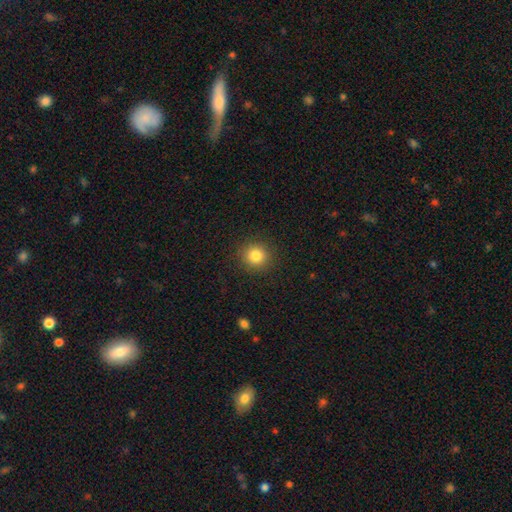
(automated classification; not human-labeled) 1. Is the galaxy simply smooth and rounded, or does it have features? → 83% smooth, 11% star or artifact, 6% featured or disk.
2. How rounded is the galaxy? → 91% round, 8% in between, 1% cigar-shaped.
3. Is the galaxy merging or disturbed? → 91% none, 6% minor disturbance, 2% major disturbance, 1% merger.